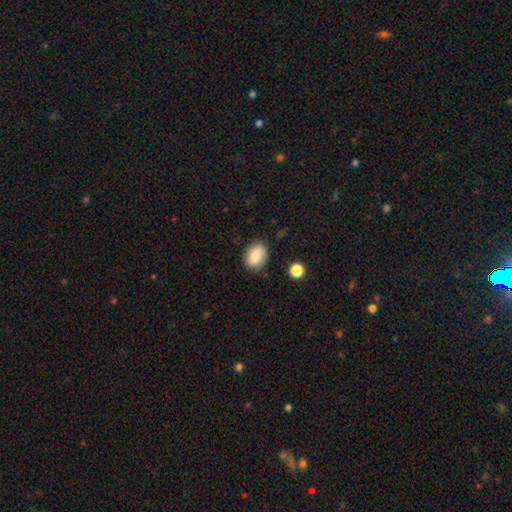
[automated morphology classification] A smooth galaxy with no disk features (80%) that is in between round and cigar-shaped (74%).

Vote fractions:
- Smooth or featured? smooth: 80% / featured or disk: 12% / star or artifact: 8%
- How rounded? in between: 74% / round: 24% / cigar-shaped: 1%
- Merging? none: 79% / minor disturbance: 15% / major disturbance: 3% / merger: 2%